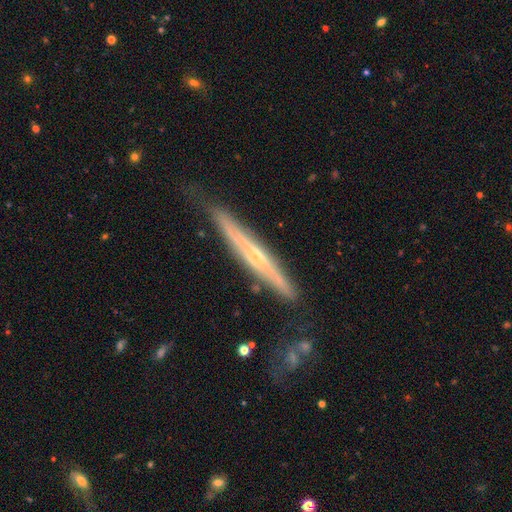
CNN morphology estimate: Smooth or featured? featured or disk (69%)
Edge-on disk? yes (92%)
Edge-on bulge? rounded (60%)
Merging? none (73%)